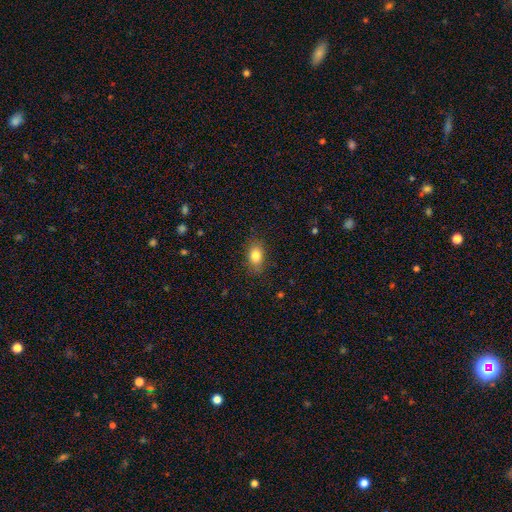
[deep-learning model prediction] Smooth or featured?
  - smooth: 82% *
  - featured or disk: 9%
  - star or artifact: 9%
How rounded?
  - in between: 82% *
  - round: 15%
  - cigar-shaped: 3%
Merging?
  - none: 84% *
  - minor disturbance: 12%
  - major disturbance: 3%
  - merger: 1%